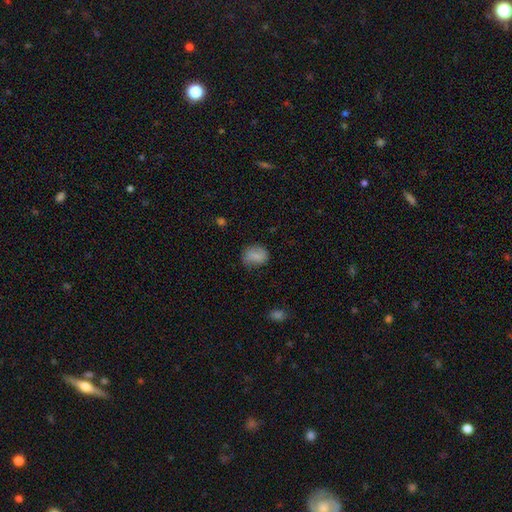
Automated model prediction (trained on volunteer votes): The model was most divided on "how rounded": in between: 58%, round: 40%, cigar-shaped: 2%. More confident: smooth or featured — smooth (79%); merging — none (72%).